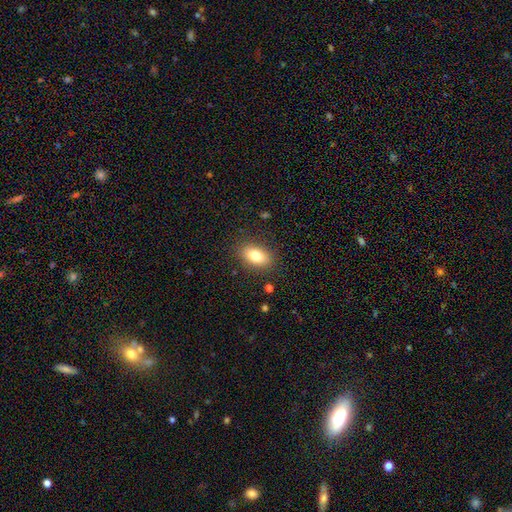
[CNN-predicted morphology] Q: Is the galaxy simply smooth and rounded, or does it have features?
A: smooth — 80%.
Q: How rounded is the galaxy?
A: in between — 86%.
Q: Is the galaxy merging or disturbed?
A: none — 86%.